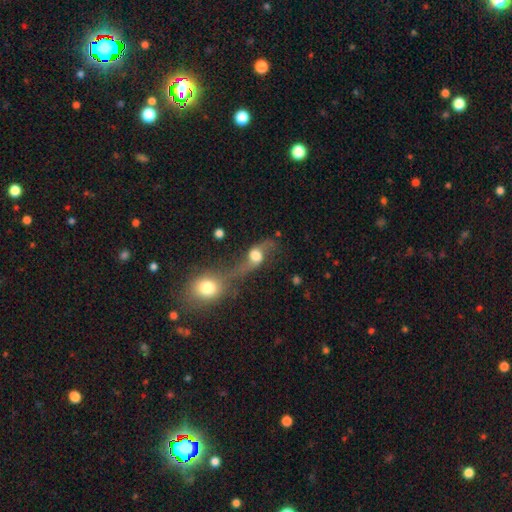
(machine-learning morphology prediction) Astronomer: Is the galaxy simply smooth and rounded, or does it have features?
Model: featured or disk — 54% (runner-up: smooth, 35%).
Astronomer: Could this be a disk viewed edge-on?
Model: no — 87%.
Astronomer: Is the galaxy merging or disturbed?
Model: merger — 45% (runner-up: none, 27%).